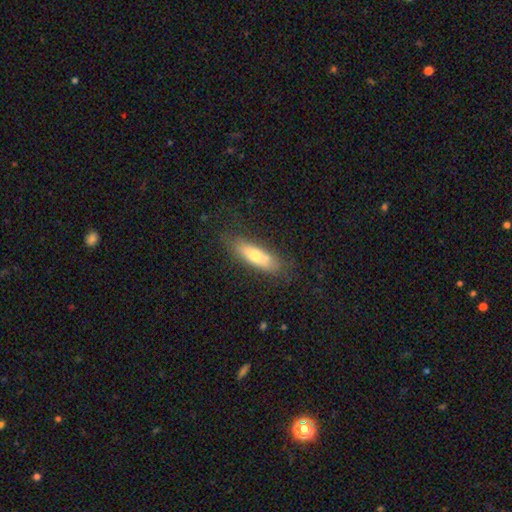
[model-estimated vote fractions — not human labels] smooth_or_featured: smooth (p=0.68) [alt: featured or disk p=0.26]
how_rounded: cigar-shaped (p=0.50) [alt: in between p=0.48]
merging: none (p=0.77) [alt: minor disturbance p=0.16]